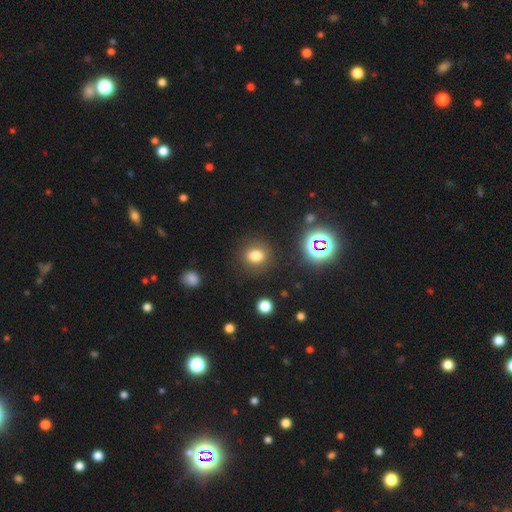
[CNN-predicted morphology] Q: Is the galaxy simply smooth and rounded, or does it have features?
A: smooth — 76%.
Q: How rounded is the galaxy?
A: round — 65%.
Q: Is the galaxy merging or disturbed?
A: none — 85%.